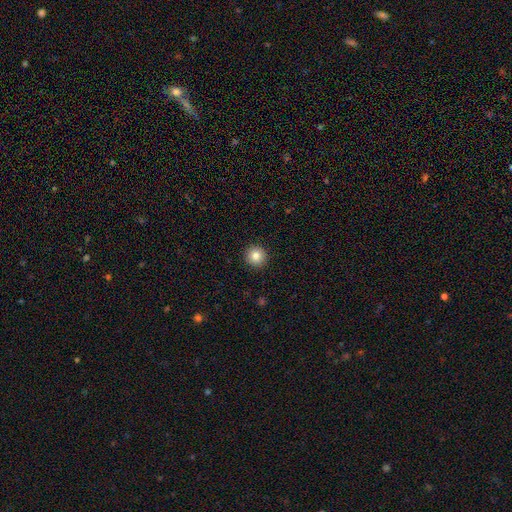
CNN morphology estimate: Smooth or featured? smooth (83%)
How rounded? round (96%)
Merging? none (93%)